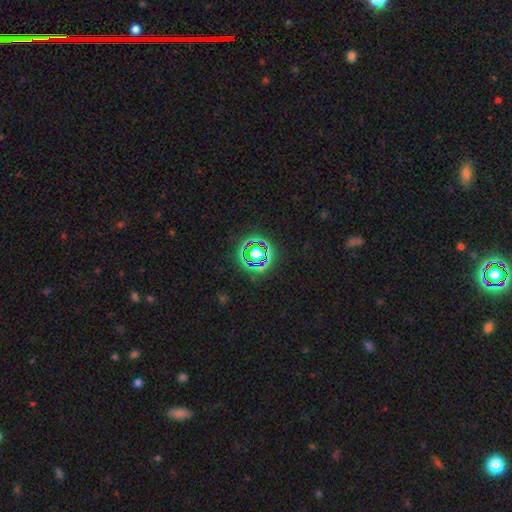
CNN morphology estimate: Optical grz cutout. It shows a star or artifact, not a galaxy (65%).